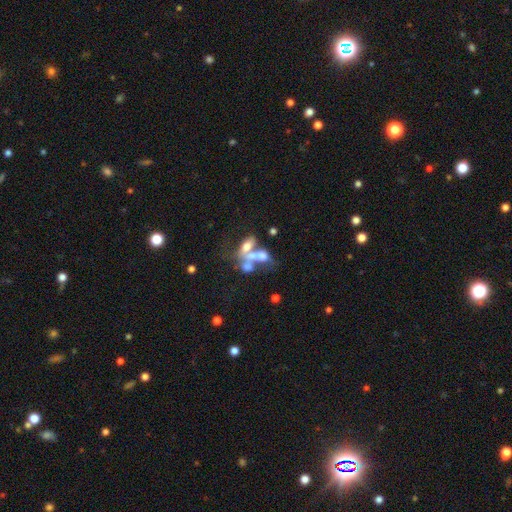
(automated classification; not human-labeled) smooth_or_featured: smooth (p=0.45) [alt: featured or disk p=0.41]
merging: merger (p=0.62) [alt: none p=0.15]